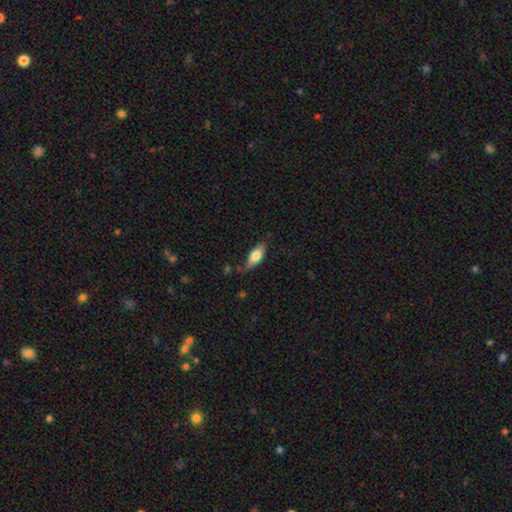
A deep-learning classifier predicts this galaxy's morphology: Overall: smooth (72%). How rounded: in between (78%). Merging: none (72%).